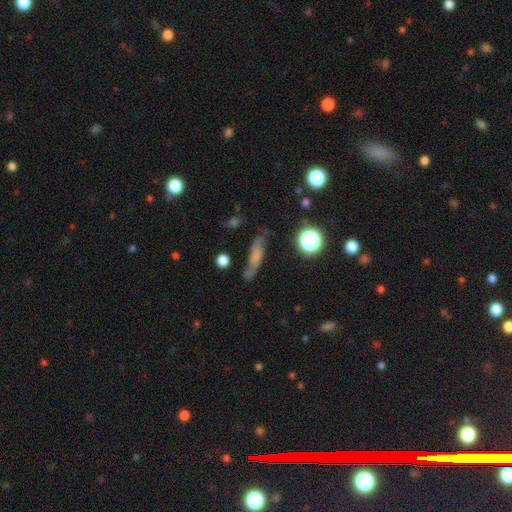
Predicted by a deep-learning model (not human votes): This appears to be a smooth galaxy with no disk features (43%). Merging: none (64%).